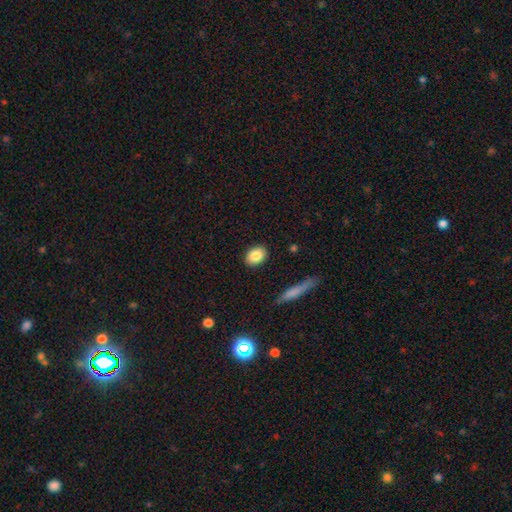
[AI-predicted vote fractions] smooth_or_featured: smooth (p=0.84) [alt: featured or disk p=0.08]
how_rounded: in between (p=0.68) [alt: round p=0.30]
merging: none (p=0.89) [alt: minor disturbance p=0.07]